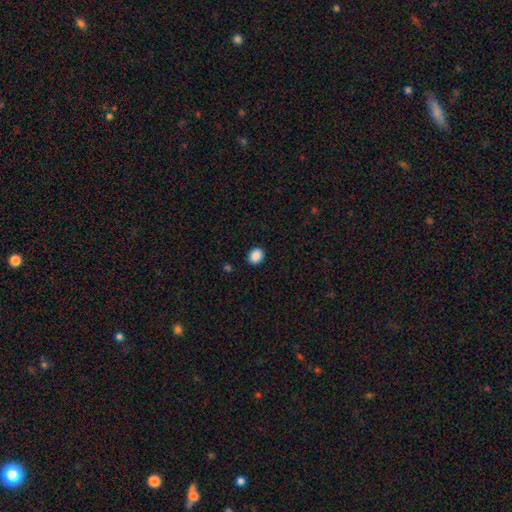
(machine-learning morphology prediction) Q: Smooth or featured?
A: smooth (88%); runner-up: star or artifact (9%)
Q: How rounded?
A: round (54%); runner-up: in between (45%)
Q: Merging?
A: none (90%); runner-up: minor disturbance (7%)